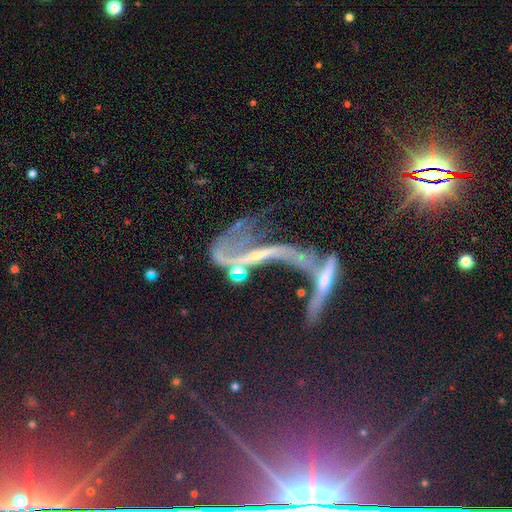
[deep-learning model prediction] Smooth or featured? featured or disk (65%)
Edge-on disk? no (75%)
Merging? merger (50%)